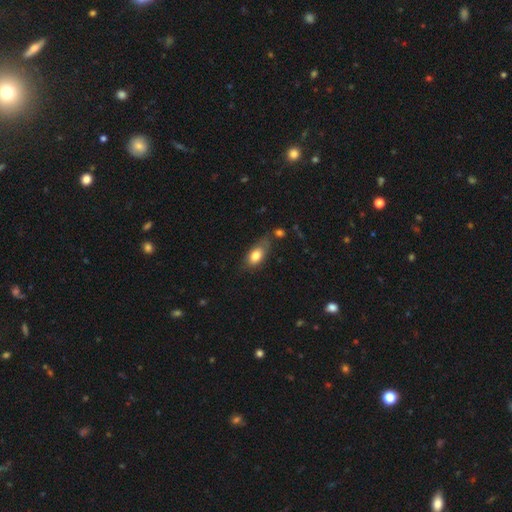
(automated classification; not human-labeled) The model was most divided on "merging": none: 52%, minor disturbance: 30%, major disturbance: 10%, merger: 8%. More confident: how rounded — in between (87%); smooth or featured — smooth (79%).